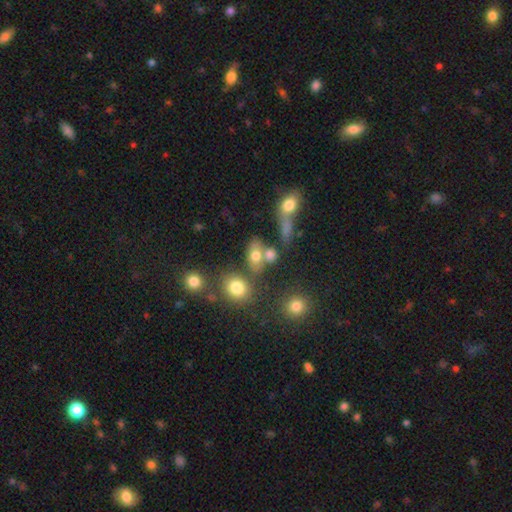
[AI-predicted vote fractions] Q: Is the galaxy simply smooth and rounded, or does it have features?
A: smooth — 68%.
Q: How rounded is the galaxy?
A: in between — 66%.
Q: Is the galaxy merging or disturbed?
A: none — 49%.